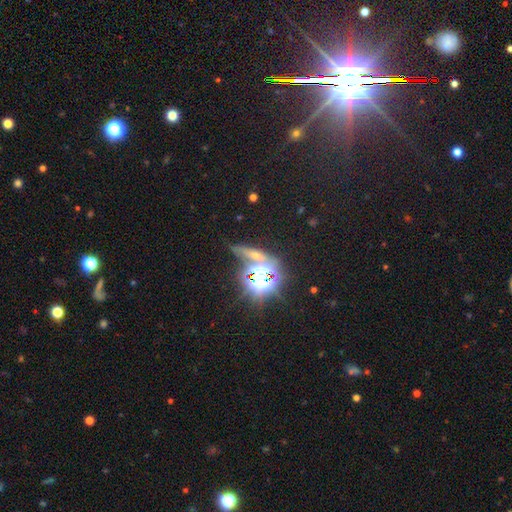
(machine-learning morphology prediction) A star or artifact, not a galaxy (59%).

Vote fractions:
- Smooth or featured? star or artifact: 59% / smooth: 23% / featured or disk: 17%